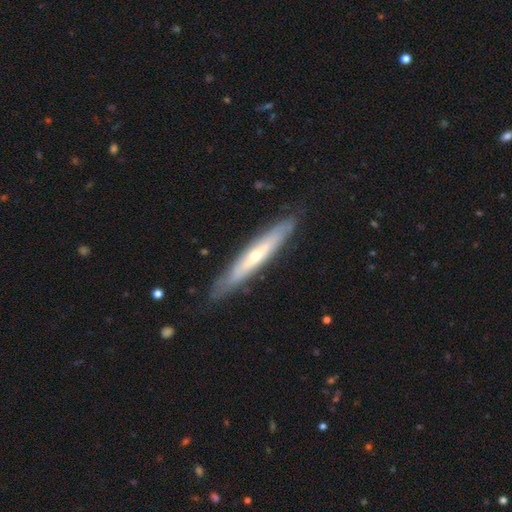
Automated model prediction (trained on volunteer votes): A featured or disk galaxy (65%) viewed edge-on (75%).

Vote fractions:
- Smooth or featured? featured or disk: 65% / smooth: 29% / star or artifact: 6%
- Edge-on disk? yes: 75% / no: 25%
- Merging? none: 83% / minor disturbance: 13% / major disturbance: 3% / merger: 1%